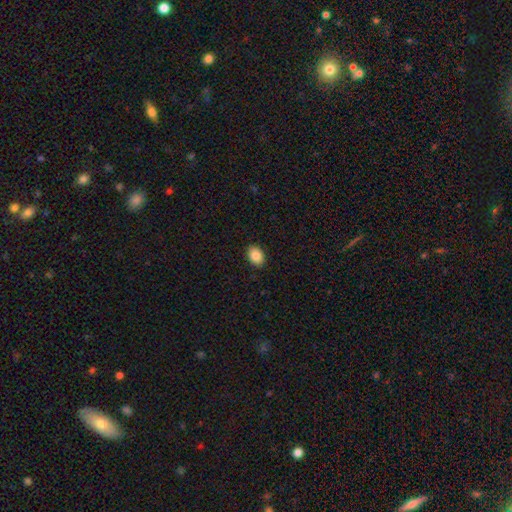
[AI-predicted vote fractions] This is clearly a smooth galaxy (87%). How rounded: likely in between (79%). Merging: clearly none (90%).